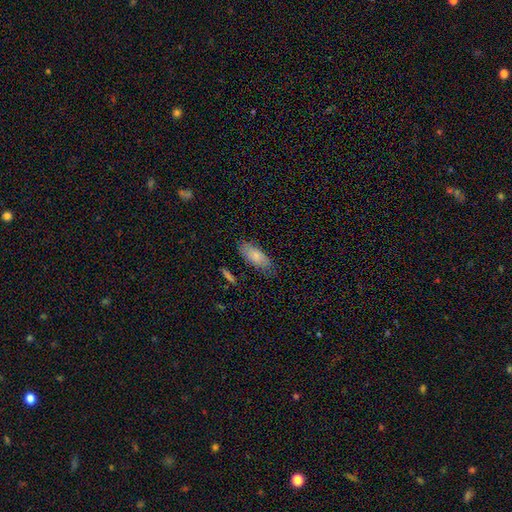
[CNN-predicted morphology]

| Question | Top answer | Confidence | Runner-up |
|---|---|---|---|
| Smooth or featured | smooth | 77% | featured or disk (16%) |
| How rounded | in between | 84% | cigar-shaped (13%) |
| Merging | none | 75% | minor disturbance (19%) |